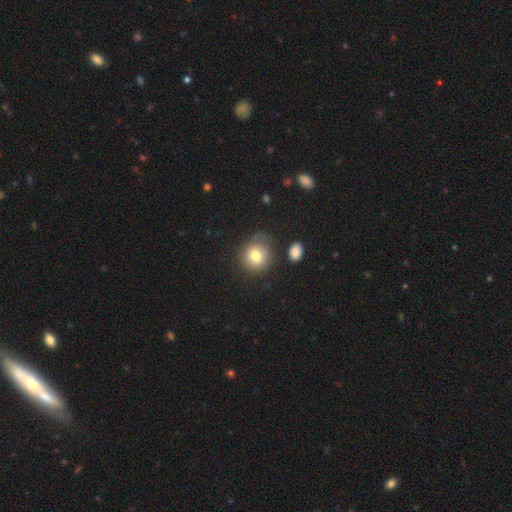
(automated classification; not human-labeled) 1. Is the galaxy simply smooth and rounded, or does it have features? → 77% smooth, 13% featured or disk, 11% star or artifact.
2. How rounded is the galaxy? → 85% round, 14% in between, 1% cigar-shaped.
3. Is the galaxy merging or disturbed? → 69% none, 18% minor disturbance, 8% major disturbance, 5% merger.